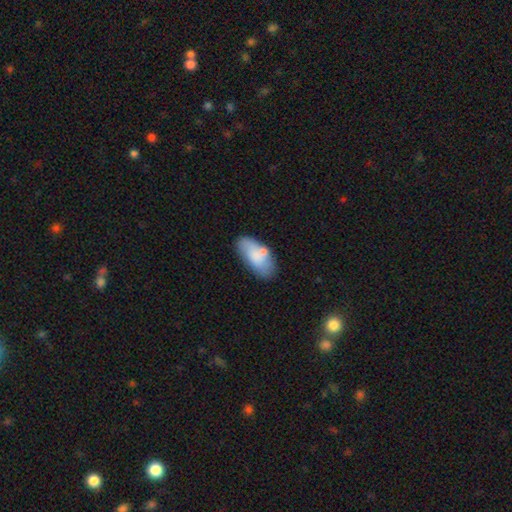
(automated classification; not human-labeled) smooth_or_featured: smooth (p=0.75) [alt: featured or disk p=0.18]
how_rounded: in between (p=0.91) [alt: cigar-shaped p=0.06]
merging: none (p=0.62) [alt: minor disturbance p=0.20]